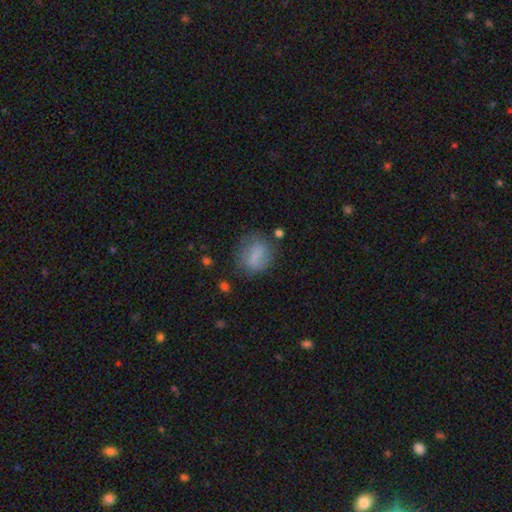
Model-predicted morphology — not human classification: Smooth or featured?
  - smooth: 74% *
  - featured or disk: 17%
  - star or artifact: 9%
How rounded?
  - round: 50% *
  - in between: 47%
  - cigar-shaped: 3%
Merging?
  - none: 62% *
  - minor disturbance: 22%
  - major disturbance: 11%
  - merger: 4%